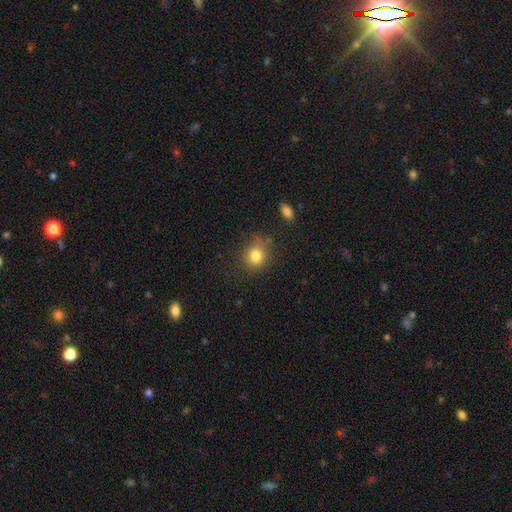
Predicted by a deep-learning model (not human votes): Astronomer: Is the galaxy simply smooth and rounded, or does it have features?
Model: smooth — 81%.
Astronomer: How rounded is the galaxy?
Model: round — 76%.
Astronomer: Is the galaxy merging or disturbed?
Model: none — 75%.